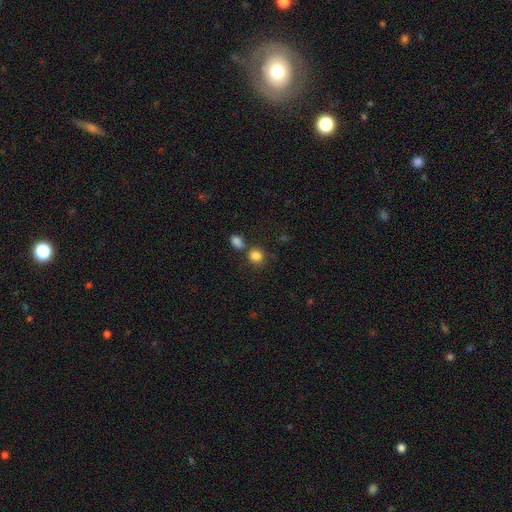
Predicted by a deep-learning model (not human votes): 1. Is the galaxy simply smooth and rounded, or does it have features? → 84% smooth, 11% star or artifact, 5% featured or disk.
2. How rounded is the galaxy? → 72% round, 27% in between, 1% cigar-shaped.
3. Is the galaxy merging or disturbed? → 59% none, 24% merger, 12% minor disturbance, 5% major disturbance.